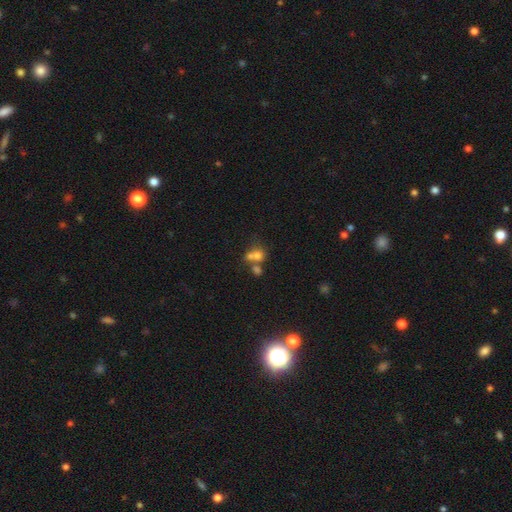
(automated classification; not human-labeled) Smooth or featured? Predicted: smooth (p=0.68). How rounded? Predicted: round (p=0.65). Merging? Predicted: merger (p=0.57).